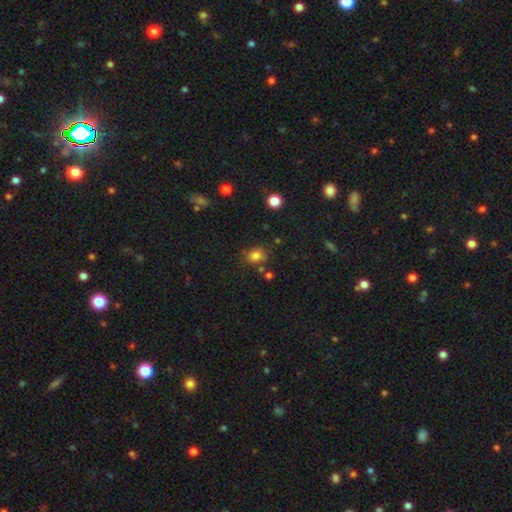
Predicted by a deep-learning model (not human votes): Smooth or featured?
  - smooth: 77% *
  - star or artifact: 15%
  - featured or disk: 8%
How rounded?
  - round: 61% *
  - in between: 38%
  - cigar-shaped: 1%
Merging?
  - none: 70% *
  - minor disturbance: 16%
  - merger: 8%
  - major disturbance: 5%